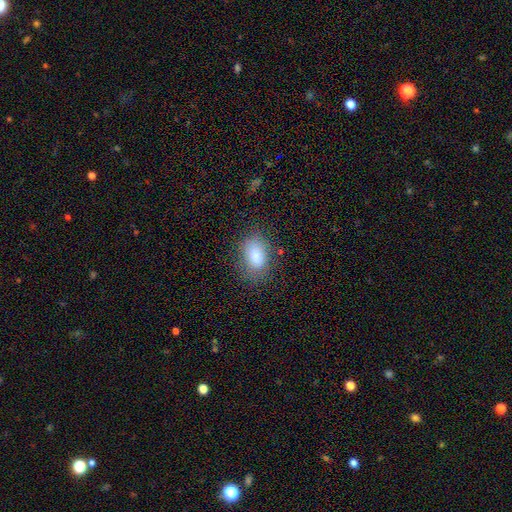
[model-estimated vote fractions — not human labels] A smooth galaxy with no disk features (83%) that is in between round and cigar-shaped (88%). Merging: none (73%).